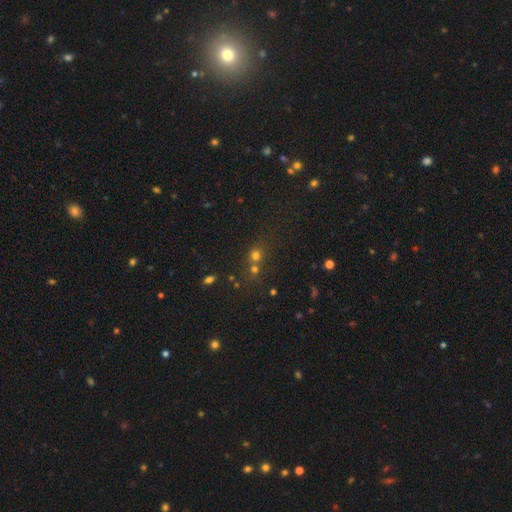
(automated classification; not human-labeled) Q: Smooth or featured?
A: smooth (64%); runner-up: star or artifact (26%)
Q: How rounded?
A: round (84%); runner-up: in between (15%)
Q: Merging?
A: none (51%); runner-up: merger (38%)